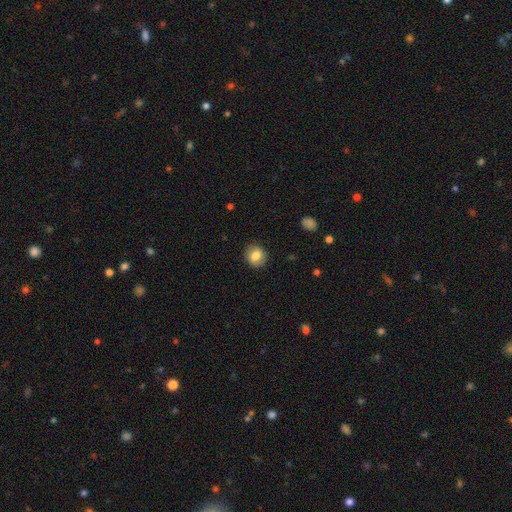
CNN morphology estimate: A smooth galaxy with no disk features (76%) that is round (75%).

Vote fractions:
- Smooth or featured? smooth: 76% / featured or disk: 15% / star or artifact: 8%
- How rounded? round: 75% / in between: 24% / cigar-shaped: 1%
- Merging? none: 87% / minor disturbance: 9% / major disturbance: 3% / merger: 1%